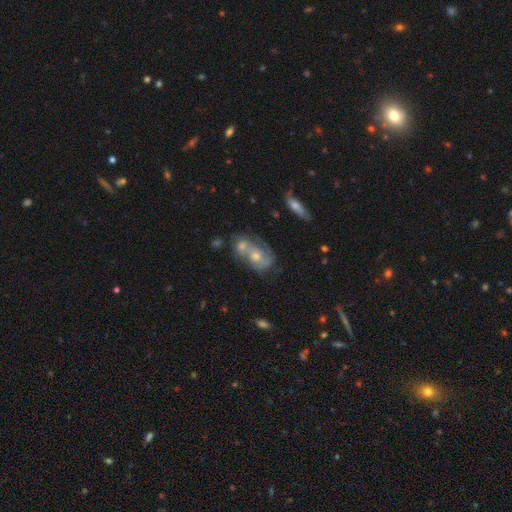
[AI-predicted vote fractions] Smooth or featured? featured or disk (59%)
Edge-on disk? no (92%)
Bar? no (77%)
Spiral arms? yes (66%)
Bulge size? moderate (61%)
Merging? merger (48%)